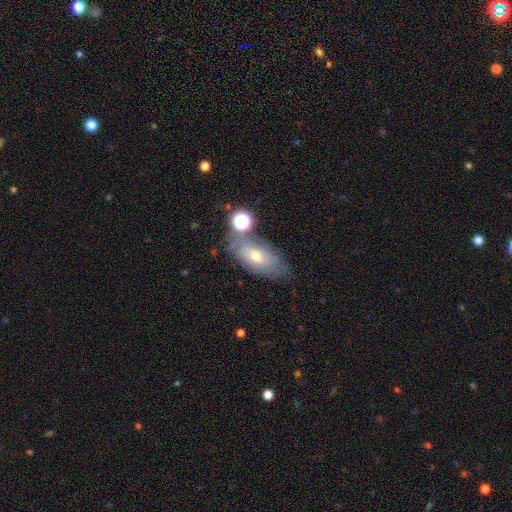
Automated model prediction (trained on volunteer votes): The model was most divided on "smooth or featured" (2-way tie): smooth: 44%, featured or disk: 44%, star or artifact: 12%. More confident: merging — none (56%).